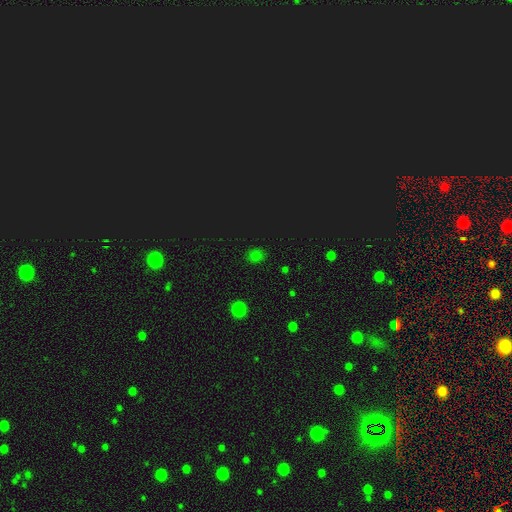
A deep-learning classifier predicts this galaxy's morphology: Smooth or featured? smooth (70%)
How rounded? round (79%)
Merging? none (88%)